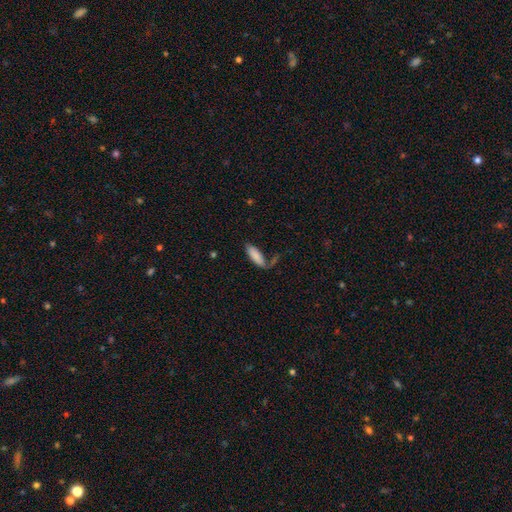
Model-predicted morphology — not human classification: Smooth or featured? Predicted: smooth (p=0.82). How rounded? Predicted: in between (p=0.62). Merging? Predicted: none (p=0.51).